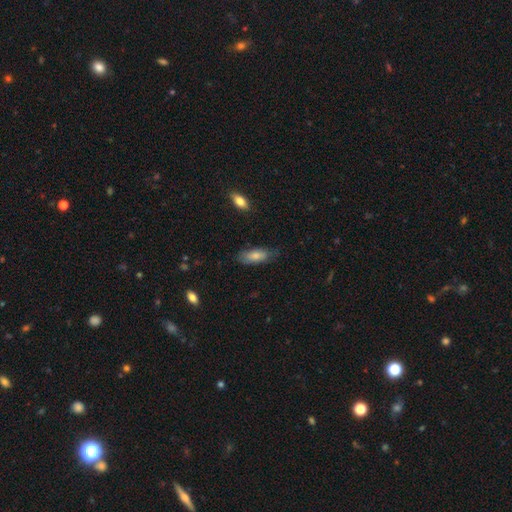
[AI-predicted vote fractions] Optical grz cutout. It shows a smooth galaxy with no disk features (75%) that is in between round and cigar-shaped (76%). Merging: none (69%).